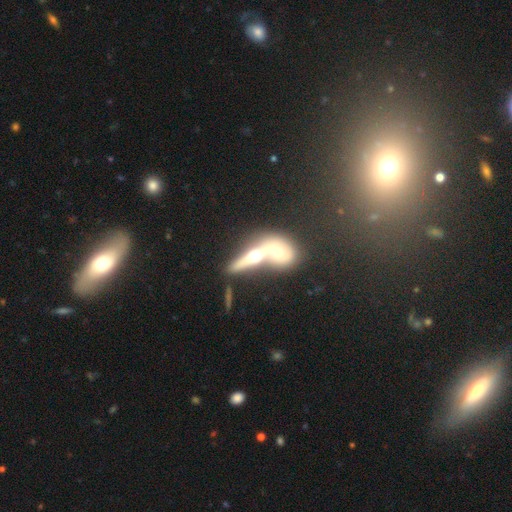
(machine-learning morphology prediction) Smooth or featured? featured or disk (61%)
Edge-on disk? yes (64%)
Merging? merger (67%)